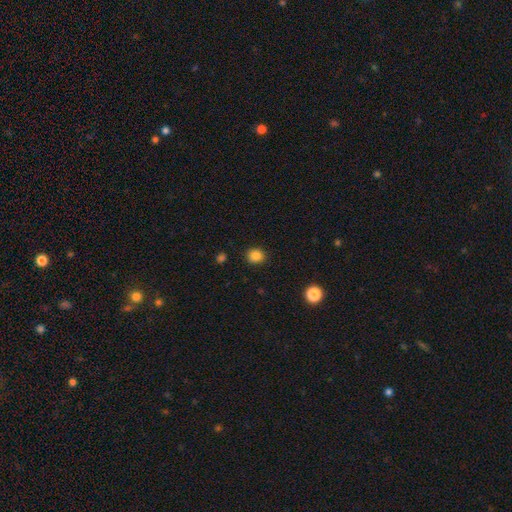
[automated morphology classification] smooth-or-featured: smooth: 84% | star or artifact: 12% | featured or disk: 4%
  how-rounded: round: 77% | in between: 22% | cigar-shaped: 1%
  merging: none: 88% | minor disturbance: 8% | major disturbance: 2% | merger: 1%